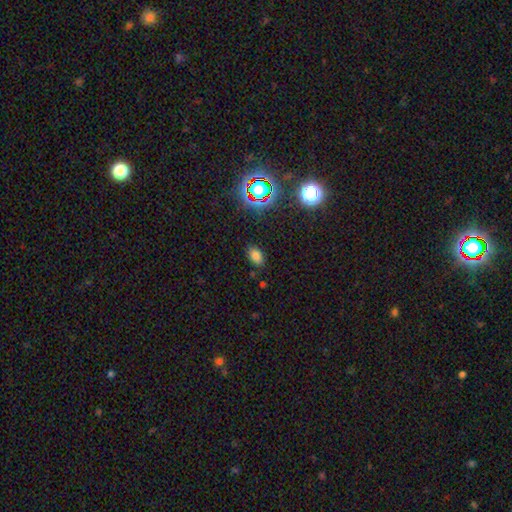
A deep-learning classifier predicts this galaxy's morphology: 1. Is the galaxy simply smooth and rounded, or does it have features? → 73% smooth, 20% star or artifact, 7% featured or disk.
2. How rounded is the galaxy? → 89% in between, 9% round, 2% cigar-shaped.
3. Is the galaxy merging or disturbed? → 84% none, 11% minor disturbance, 3% major disturbance, 2% merger.